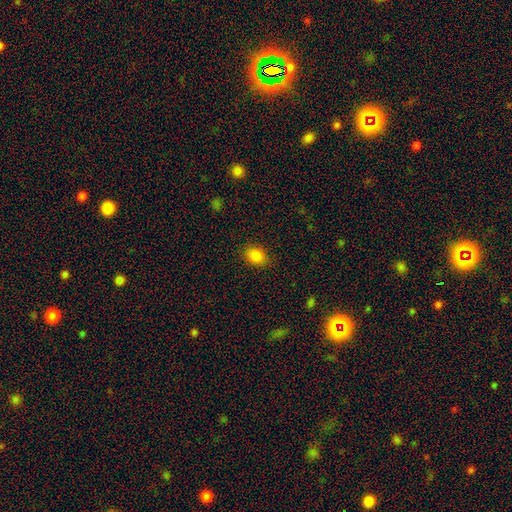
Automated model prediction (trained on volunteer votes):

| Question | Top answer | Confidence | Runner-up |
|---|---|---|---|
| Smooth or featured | smooth | 85% | star or artifact (11%) |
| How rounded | in between | 61% | round (38%) |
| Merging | none | 86% | minor disturbance (10%) |